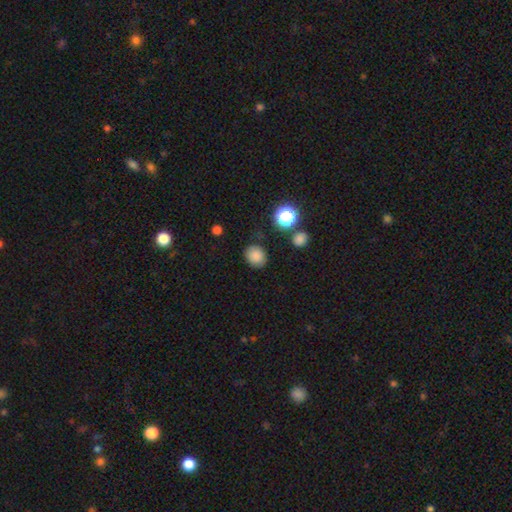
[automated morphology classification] A smooth galaxy with no disk features (83%) that is round (64%).

Vote fractions:
- Smooth or featured? smooth: 83% / star or artifact: 12% / featured or disk: 5%
- How rounded? round: 64% / in between: 36% / cigar-shaped: 1%
- Merging? none: 80% / minor disturbance: 13% / major disturbance: 4% / merger: 3%